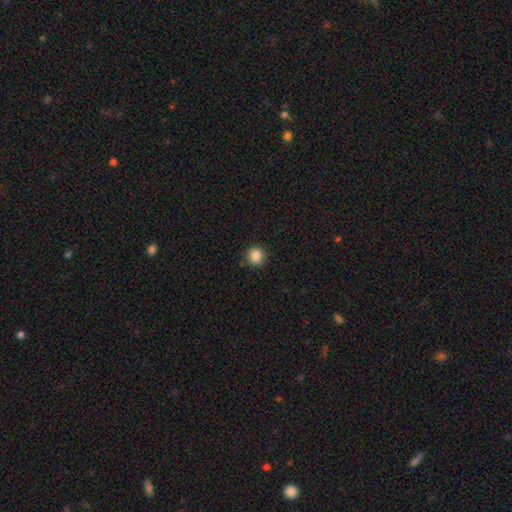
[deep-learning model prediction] smooth 86%, star or artifact 10%, featured or disk 4%. Down the decision tree: how rounded — round (93%); merging — none (88%).